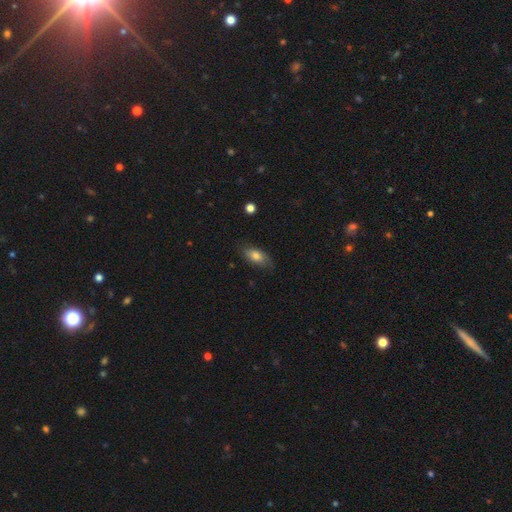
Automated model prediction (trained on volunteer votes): Q: Smooth or featured?
A: smooth (74%); runner-up: featured or disk (19%)
Q: How rounded?
A: in between (87%); runner-up: cigar-shaped (8%)
Q: Merging?
A: none (74%); runner-up: minor disturbance (20%)